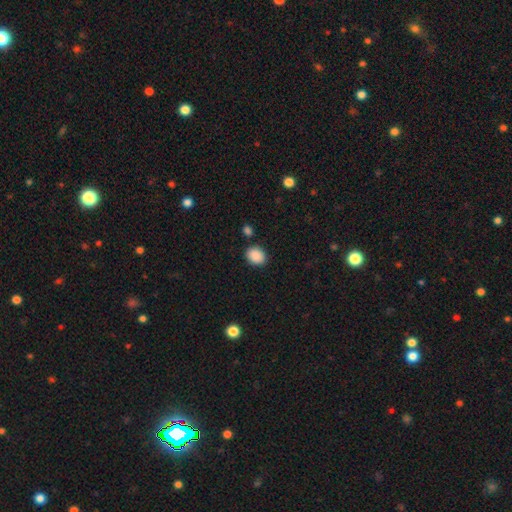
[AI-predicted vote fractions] Q: Smooth or featured?
A: smooth (89%); runner-up: star or artifact (8%)
Q: How rounded?
A: in between (51%); runner-up: round (48%)
Q: Merging?
A: none (84%); runner-up: minor disturbance (10%)